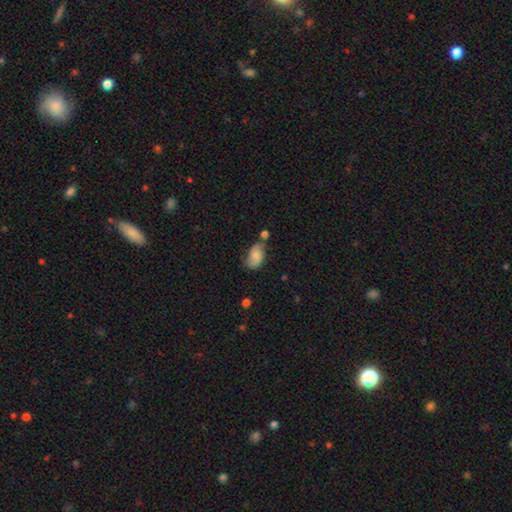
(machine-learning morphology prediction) Smooth or featured: smooth — 53% (featured or disk — 38%)
How rounded: in between — 88% (round — 10%)
Merging: none — 49% (minor disturbance — 28%)